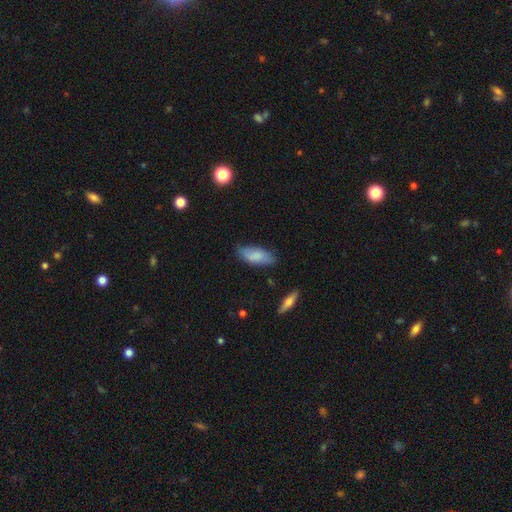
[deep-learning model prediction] Smooth or featured?
  - smooth: 79% *
  - featured or disk: 15%
  - star or artifact: 6%
How rounded?
  - in between: 82% *
  - cigar-shaped: 16%
  - round: 2%
Merging?
  - none: 70% *
  - minor disturbance: 24%
  - major disturbance: 4%
  - merger: 2%